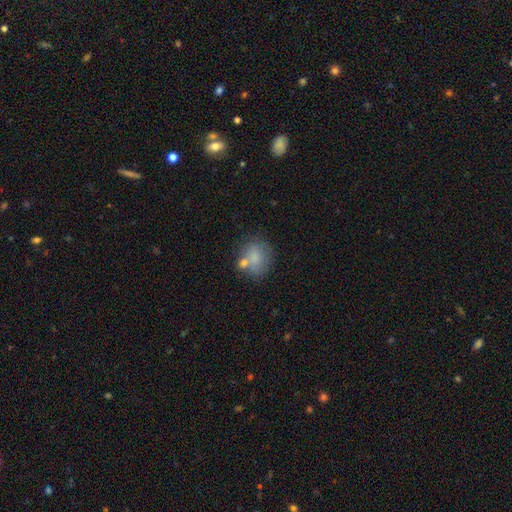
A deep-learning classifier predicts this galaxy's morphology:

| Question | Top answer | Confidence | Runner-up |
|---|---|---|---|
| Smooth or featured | smooth | 58% | star or artifact (22%) |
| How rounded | round | 68% | in between (30%) |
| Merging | none | 68% | minor disturbance (13%) |